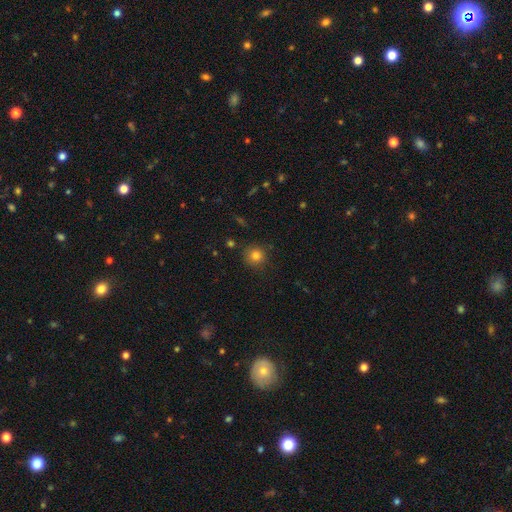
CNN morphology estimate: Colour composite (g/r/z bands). It shows a smooth galaxy with no disk features (80%) that is round (92%). Merging: none (85%).